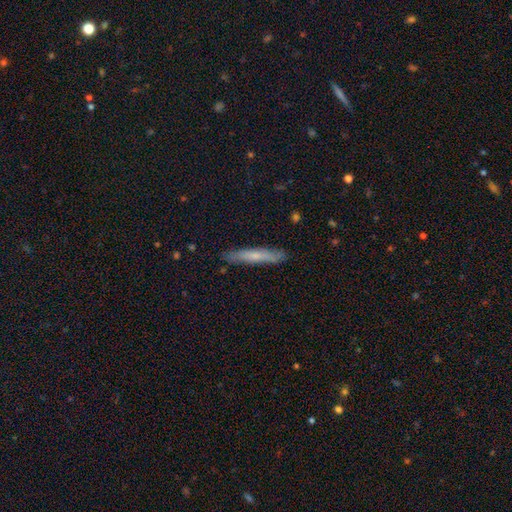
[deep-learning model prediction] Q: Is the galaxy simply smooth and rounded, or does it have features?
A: smooth — 56%.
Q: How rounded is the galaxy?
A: cigar-shaped — 93%.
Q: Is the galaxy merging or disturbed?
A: none — 85%.